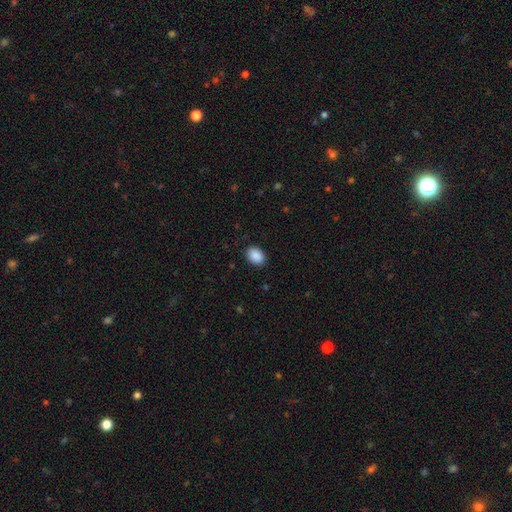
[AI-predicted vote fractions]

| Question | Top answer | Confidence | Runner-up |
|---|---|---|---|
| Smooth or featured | smooth | 90% | star or artifact (7%) |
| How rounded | in between | 73% | round (26%) |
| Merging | none | 89% | minor disturbance (8%) |